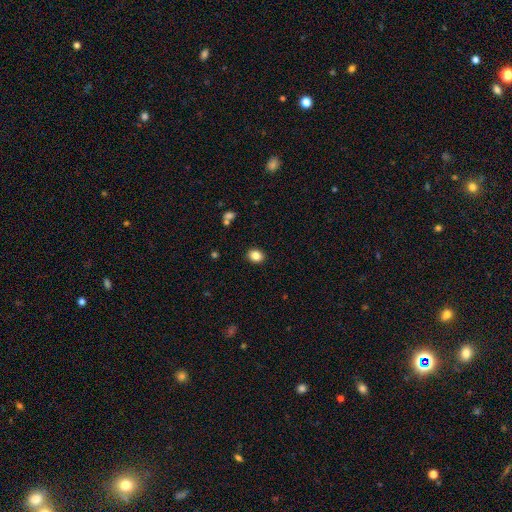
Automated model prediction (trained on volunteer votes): Smooth or featured?
  - smooth: 84% *
  - star or artifact: 10%
  - featured or disk: 6%
How rounded?
  - round: 52% *
  - in between: 48%
  - cigar-shaped: 1%
Merging?
  - none: 90% *
  - minor disturbance: 7%
  - major disturbance: 2%
  - merger: 1%